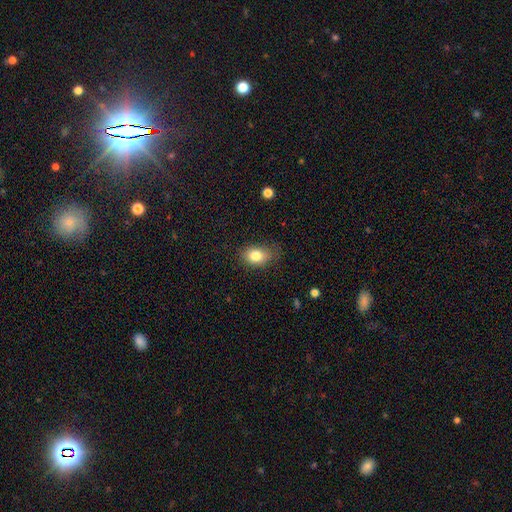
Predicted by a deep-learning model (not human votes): smooth 81%, star or artifact 10%, featured or disk 9%. Down the decision tree: how rounded — in between (76%); merging — none (72%).